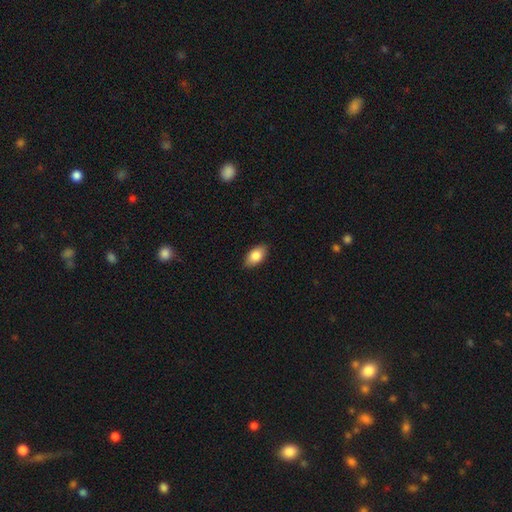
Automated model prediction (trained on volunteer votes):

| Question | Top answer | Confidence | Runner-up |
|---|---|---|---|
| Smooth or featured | smooth | 84% | featured or disk (9%) |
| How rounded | in between | 93% | round (4%) |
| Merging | none | 88% | minor disturbance (9%) |